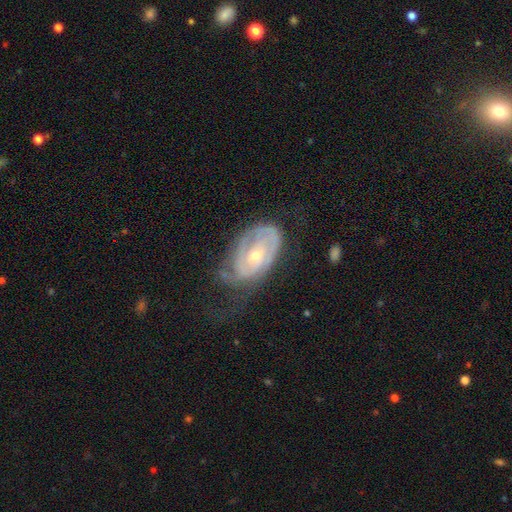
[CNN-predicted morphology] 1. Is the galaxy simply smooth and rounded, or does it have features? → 76% featured or disk, 18% smooth, 6% star or artifact.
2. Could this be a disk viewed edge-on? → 95% no, 5% yes.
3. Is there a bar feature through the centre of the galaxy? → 66% no, 27% weak, 6% strong.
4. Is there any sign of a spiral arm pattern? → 81% yes, 19% no.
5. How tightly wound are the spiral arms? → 64% tight, 26% medium, 10% loose.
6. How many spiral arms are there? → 44% can't tell, 30% 2, 12% 1, 9% 3, 3% 4, 3% more than 4.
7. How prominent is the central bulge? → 50% small, 46% moderate, 2% large, 1% none, 1% dominant.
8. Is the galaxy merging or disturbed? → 44% none, 30% minor disturbance, 24% major disturbance, 2% merger.